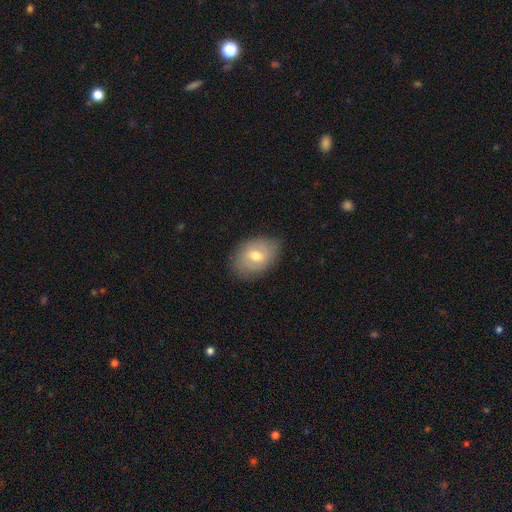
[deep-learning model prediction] Smooth or featured: smooth — 61% (featured or disk — 31%)
How rounded: in between — 75% (round — 23%)
Merging: none — 79% (minor disturbance — 16%)